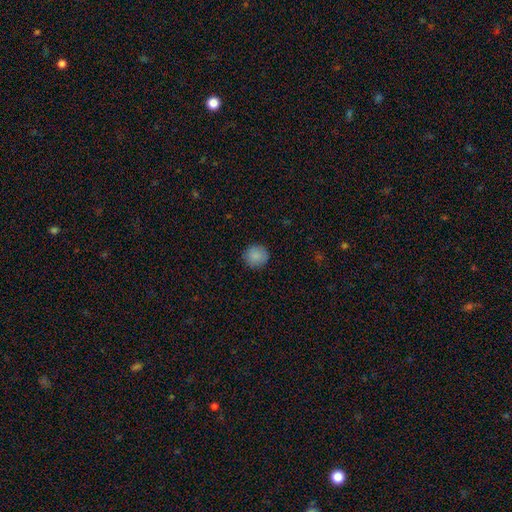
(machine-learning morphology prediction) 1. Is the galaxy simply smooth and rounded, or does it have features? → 88% smooth, 9% star or artifact, 4% featured or disk.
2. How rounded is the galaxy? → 92% round, 7% in between, 1% cigar-shaped.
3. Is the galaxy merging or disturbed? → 90% none, 7% minor disturbance, 2% major disturbance, 1% merger.